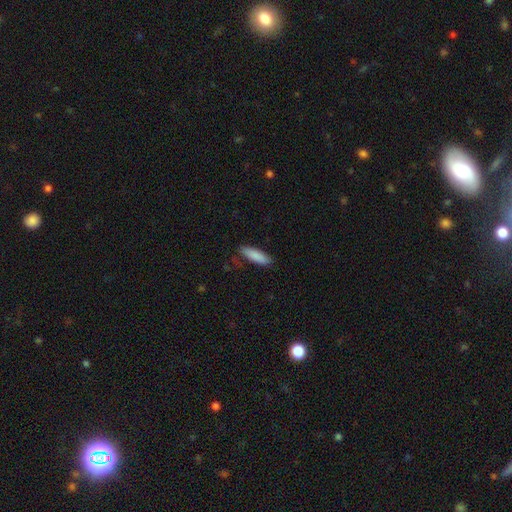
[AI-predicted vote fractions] This is clearly a smooth galaxy (87%). How rounded: possibly cigar-shaped (52%). Merging: clearly none (81%).